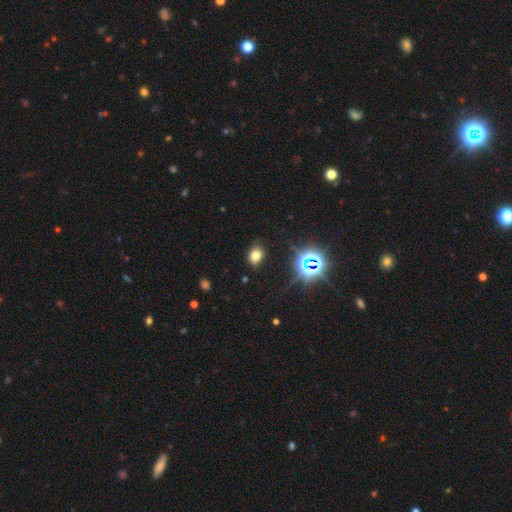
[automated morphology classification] smooth 69%, star or artifact 23%, featured or disk 9%. Down the decision tree: how rounded — in between (56%); merging — none (82%).